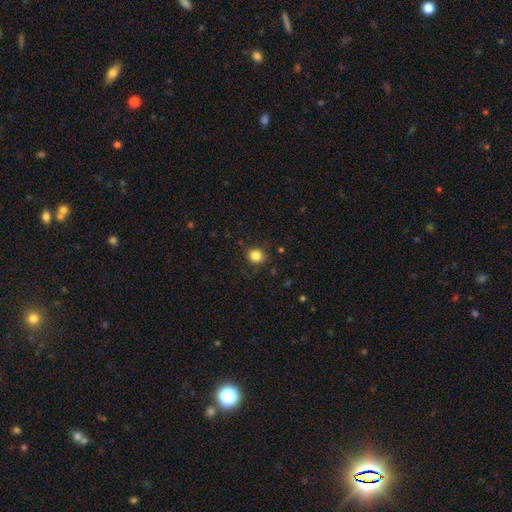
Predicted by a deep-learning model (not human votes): smooth 84%, star or artifact 12%, featured or disk 5%. Down the decision tree: how rounded — round (83%); merging — none (87%).